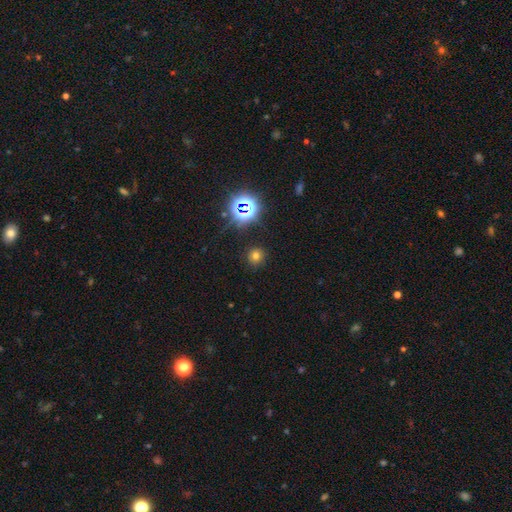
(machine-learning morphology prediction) This appears to be a smooth galaxy with no disk features (65%) that is round (92%). Merging: none (88%).